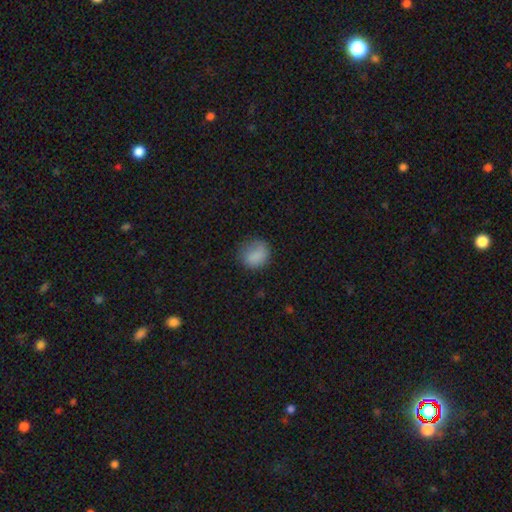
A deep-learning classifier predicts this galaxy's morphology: type=smooth (84%); roundness=round (71%); merging=none (68%).